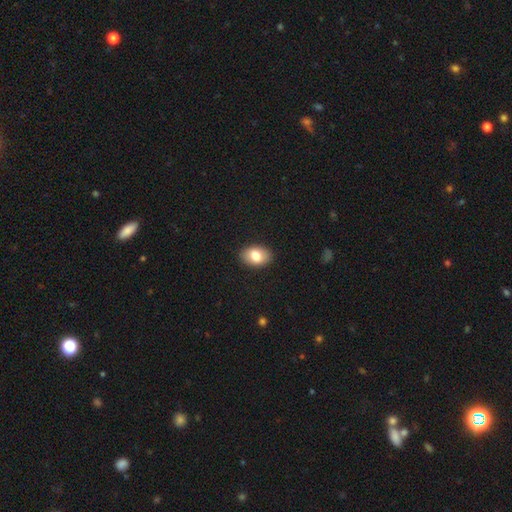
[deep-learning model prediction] This appears to be a smooth galaxy with no disk features (81%) that is in between round and cigar-shaped (86%). Merging: none (89%).